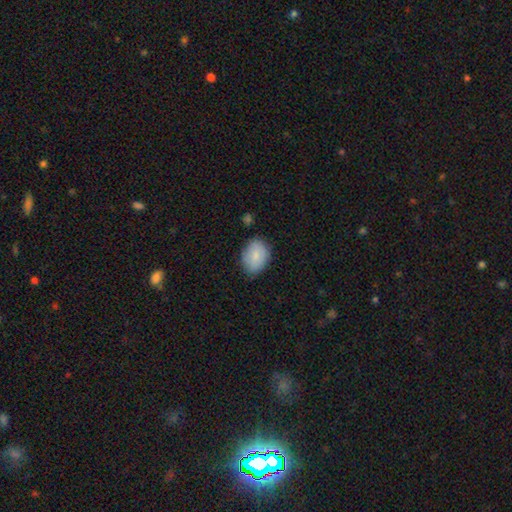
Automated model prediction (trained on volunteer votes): smooth 83%, featured or disk 10%, star or artifact 7%. Down the decision tree: how rounded — in between (76%); merging — none (74%).